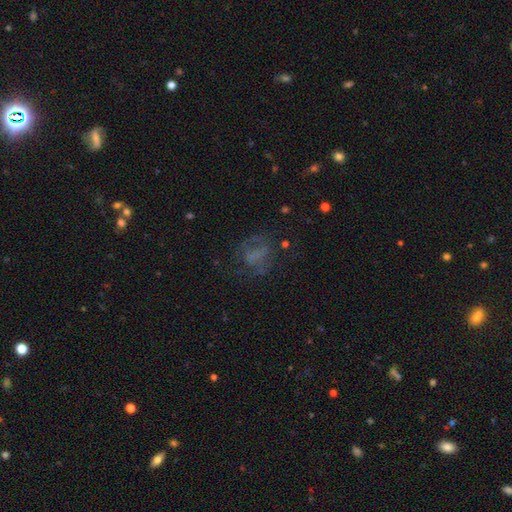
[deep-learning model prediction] A featured or disk galaxy (42%). Merging: none (49%).